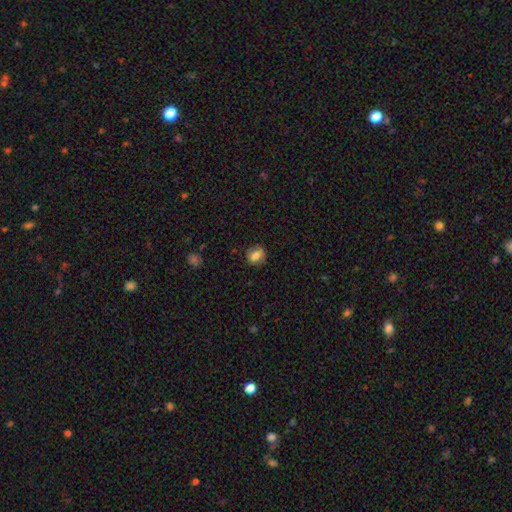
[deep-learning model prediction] Smooth or featured?
  - smooth: 70% *
  - featured or disk: 20%
  - star or artifact: 9%
How rounded?
  - round: 58% *
  - in between: 40%
  - cigar-shaped: 2%
Merging?
  - none: 81% *
  - minor disturbance: 13%
  - major disturbance: 4%
  - merger: 1%